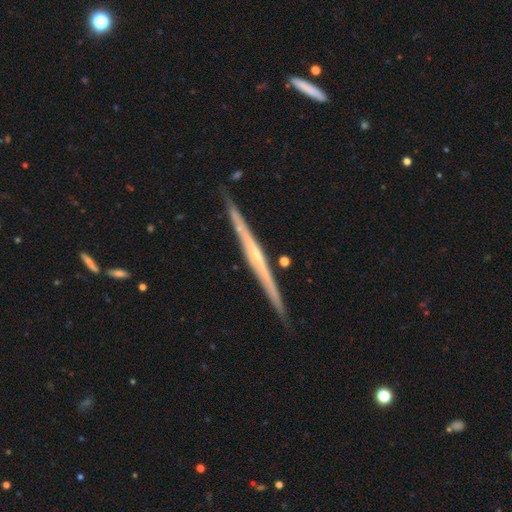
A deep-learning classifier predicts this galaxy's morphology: featured or disk 78%, smooth 17%, star or artifact 5%. Down the decision tree: edge-on disk — yes (98%); edge-on bulge — none (53%); merging — none (89%).